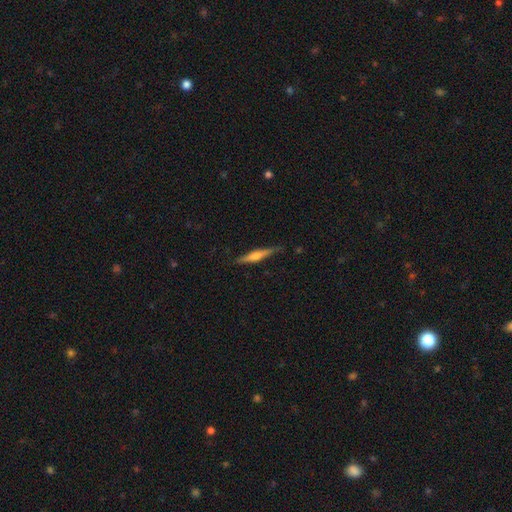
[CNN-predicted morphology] The model was most divided on "smooth or featured": featured or disk: 58%, smooth: 36%, star or artifact: 6%. More confident: edge-on disk — yes (97%); merging — none (83%); edge-on bulge — rounded (76%).